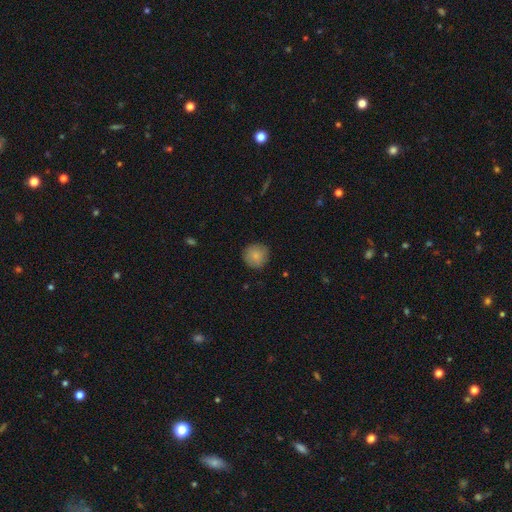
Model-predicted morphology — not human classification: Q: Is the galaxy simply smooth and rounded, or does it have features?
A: smooth — 84%.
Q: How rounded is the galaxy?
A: round — 93%.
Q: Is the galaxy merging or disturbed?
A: none — 84%.